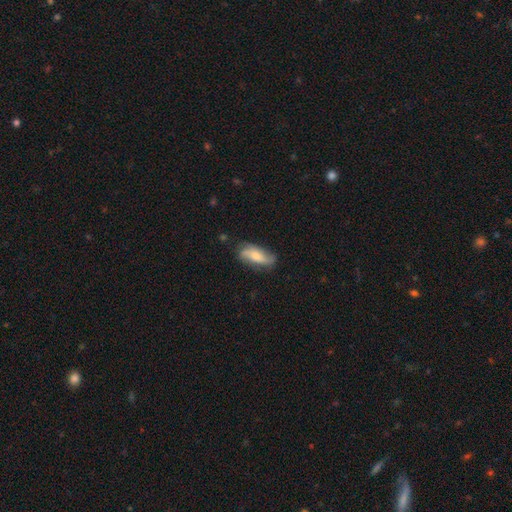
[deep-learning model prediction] Smooth or featured? featured or disk (48%)
Merging? none (68%)